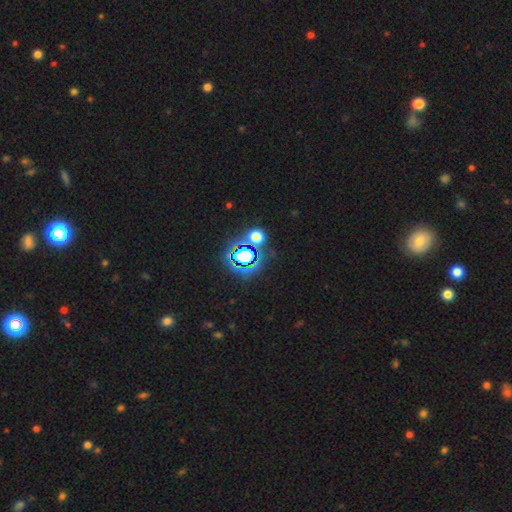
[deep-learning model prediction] This is likely a star or artifact rather than a galaxy (74%).